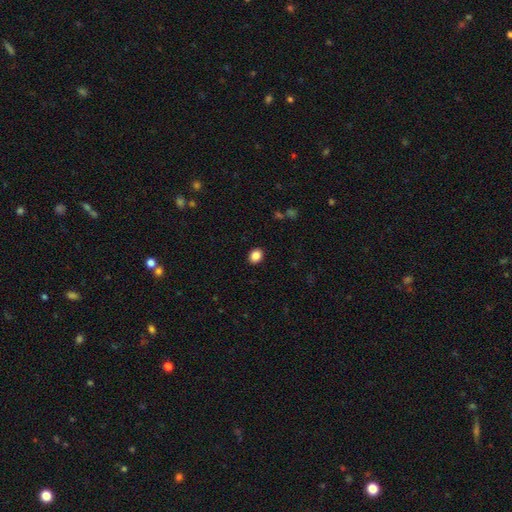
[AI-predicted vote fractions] Overall: smooth (87%). How rounded: round (52%; in between 47%). Merging: none (91%).